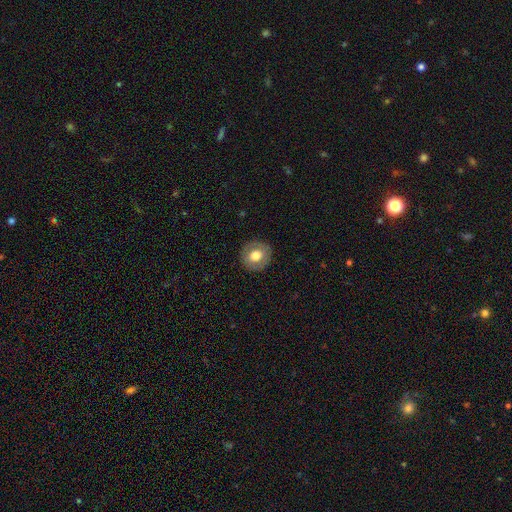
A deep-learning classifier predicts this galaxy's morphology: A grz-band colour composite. It shows a smooth galaxy with no disk features (64%) that is round (87%). Merging: none (88%).